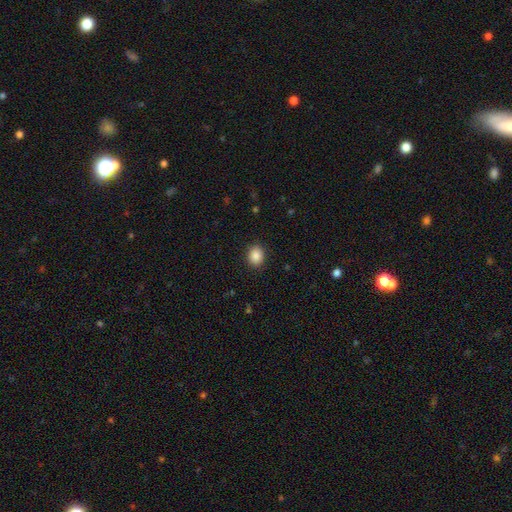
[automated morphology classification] This is clearly a smooth galaxy (87%). How rounded: possibly round (57%). Merging: clearly none (90%).